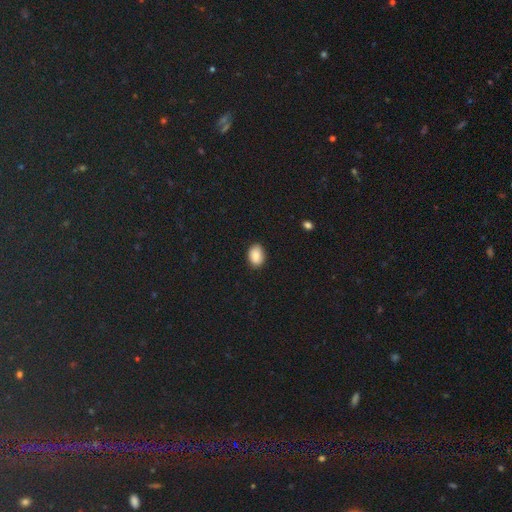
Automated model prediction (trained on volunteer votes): Smooth or featured?
  - smooth: 85% *
  - star or artifact: 8%
  - featured or disk: 6%
How rounded?
  - in between: 73% *
  - round: 26%
  - cigar-shaped: 1%
Merging?
  - none: 87% *
  - minor disturbance: 10%
  - major disturbance: 2%
  - merger: 1%